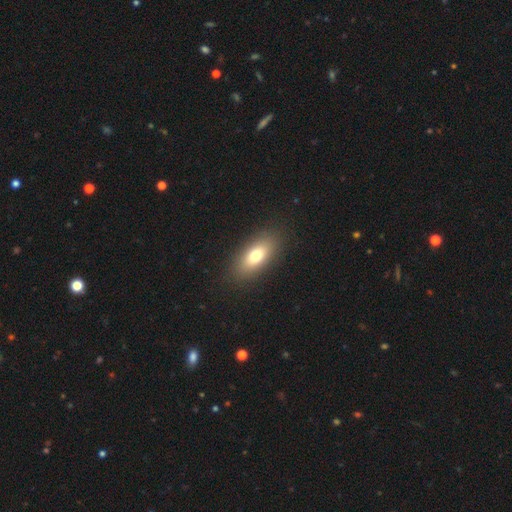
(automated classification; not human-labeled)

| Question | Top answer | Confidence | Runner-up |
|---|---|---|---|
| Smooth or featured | smooth | 74% | featured or disk (17%) |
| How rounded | in between | 83% | cigar-shaped (12%) |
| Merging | none | 88% | minor disturbance (8%) |